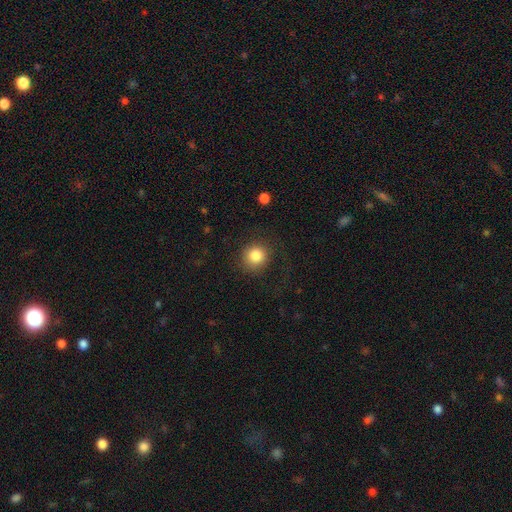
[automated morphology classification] smooth 85%, star or artifact 9%, featured or disk 6%. Down the decision tree: how rounded — round (91%); merging — none (83%).